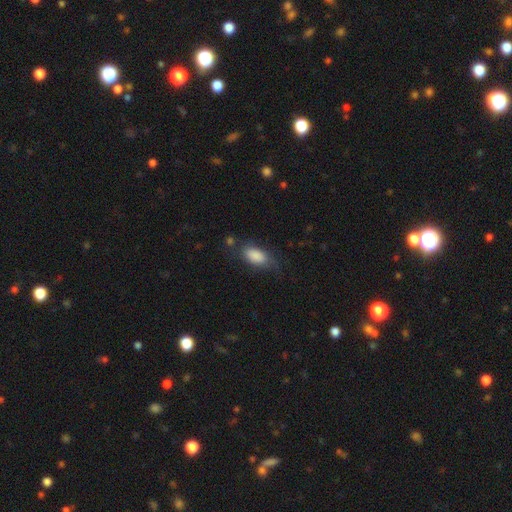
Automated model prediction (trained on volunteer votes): Morphology: type=smooth (84%); roundness=in between (90%); merging=none (59%).